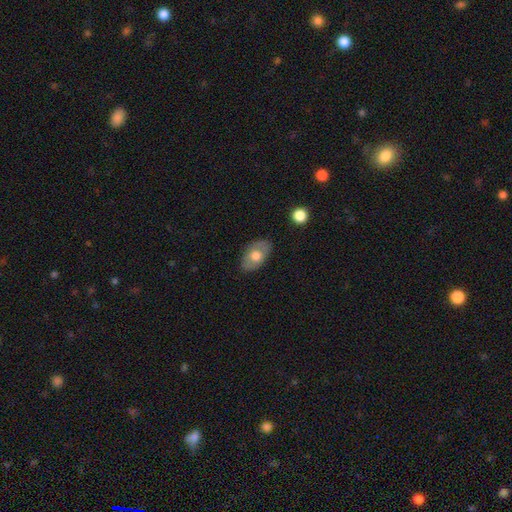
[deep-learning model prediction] smooth-or-featured: smooth: 63% | featured or disk: 30% | star or artifact: 6%
  how-rounded: in between: 90% | round: 8% | cigar-shaped: 2%
  merging: none: 81% | minor disturbance: 14% | major disturbance: 3% | merger: 1%